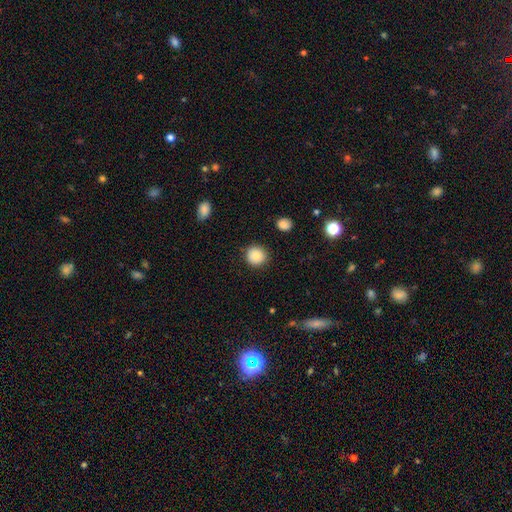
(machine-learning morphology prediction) smooth-or-featured: smooth: 84% | star or artifact: 9% | featured or disk: 7%
  how-rounded: round: 91% | in between: 8% | cigar-shaped: 1%
  merging: none: 89% | minor disturbance: 8% | major disturbance: 2% | merger: 1%